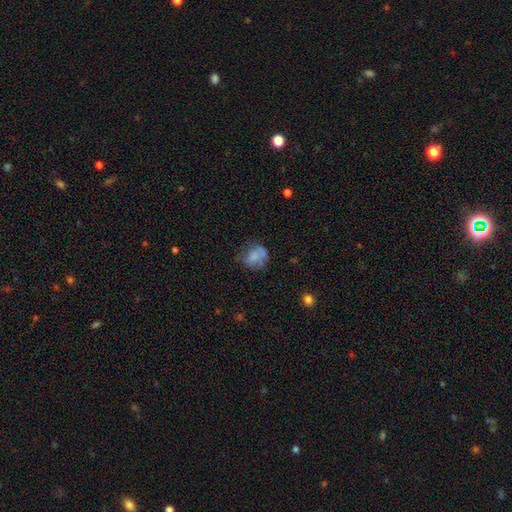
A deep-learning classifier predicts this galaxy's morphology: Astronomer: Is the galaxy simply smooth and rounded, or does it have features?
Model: smooth — 60%.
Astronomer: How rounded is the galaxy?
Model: round — 59% (runner-up: in between, 40%).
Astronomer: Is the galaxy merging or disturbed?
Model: none — 42% (runner-up: minor disturbance, 27%).